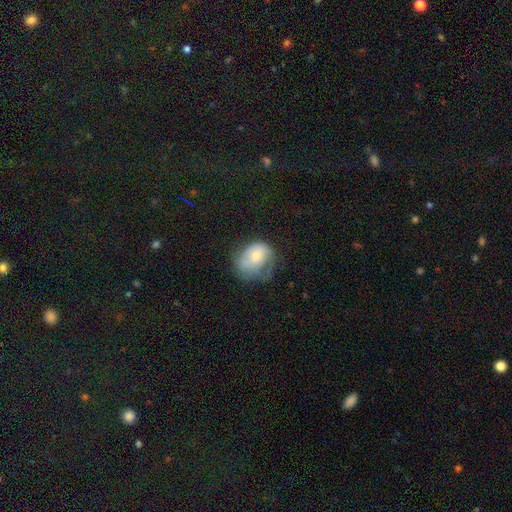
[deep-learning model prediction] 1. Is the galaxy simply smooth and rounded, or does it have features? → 63% smooth, 29% featured or disk, 8% star or artifact.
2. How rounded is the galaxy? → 62% in between, 37% round, 1% cigar-shaped.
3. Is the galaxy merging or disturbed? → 35% minor disturbance, 34% major disturbance, 29% none, 2% merger.